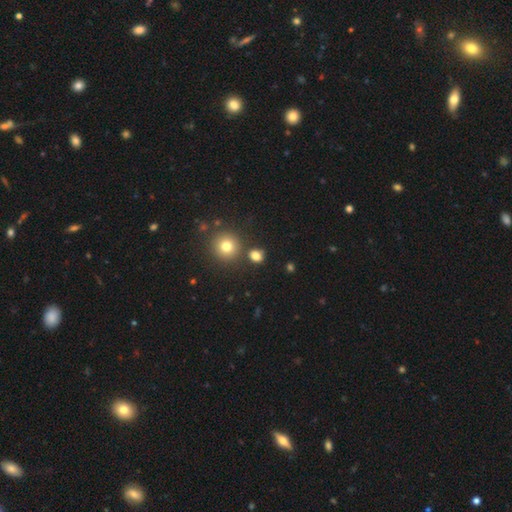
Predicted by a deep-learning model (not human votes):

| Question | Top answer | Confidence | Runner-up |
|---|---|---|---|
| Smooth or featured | smooth | 79% | star or artifact (15%) |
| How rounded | round | 77% | in between (21%) |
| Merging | none | 80% | minor disturbance (8%) |